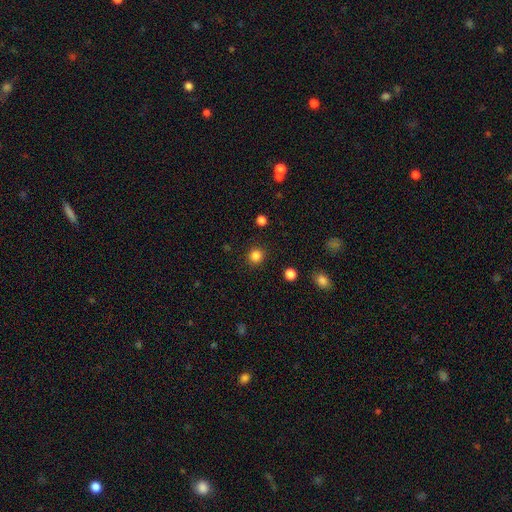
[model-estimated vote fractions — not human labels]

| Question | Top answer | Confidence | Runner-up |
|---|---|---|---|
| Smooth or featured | smooth | 84% | star or artifact (12%) |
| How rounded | round | 91% | in between (8%) |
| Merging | none | 91% | minor disturbance (6%) |